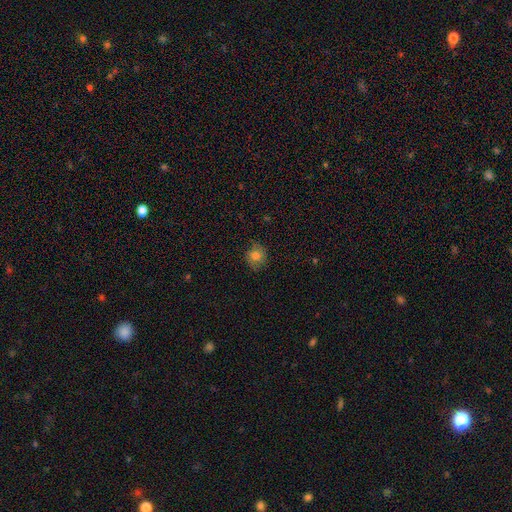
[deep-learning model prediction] Smooth or featured: smooth — 73% (featured or disk — 15%)
How rounded: round — 83% (in between — 16%)
Merging: none — 78% (minor disturbance — 17%)